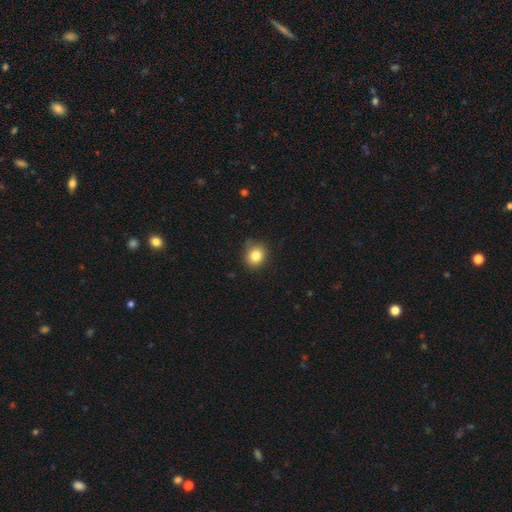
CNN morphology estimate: Smooth or featured? Predicted: smooth (p=0.84). How rounded? Predicted: round (p=0.72). Merging? Predicted: none (p=0.78).